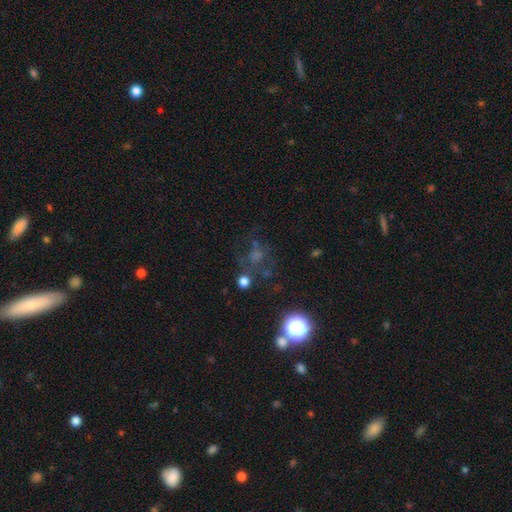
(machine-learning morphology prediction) type=star or artifact (43%).